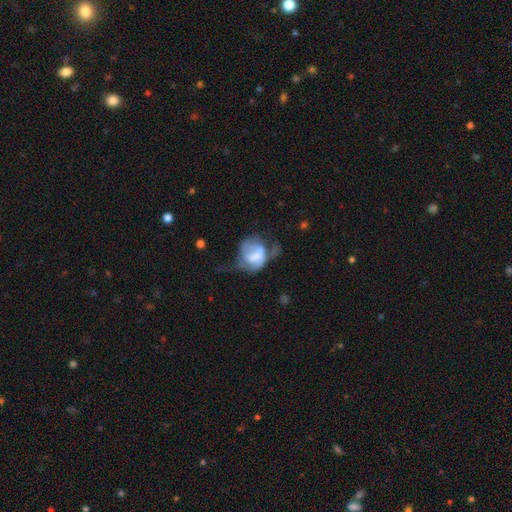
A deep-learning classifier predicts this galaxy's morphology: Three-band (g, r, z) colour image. It shows a smooth galaxy with no disk features (47%). Merging: major disturbance (45%).